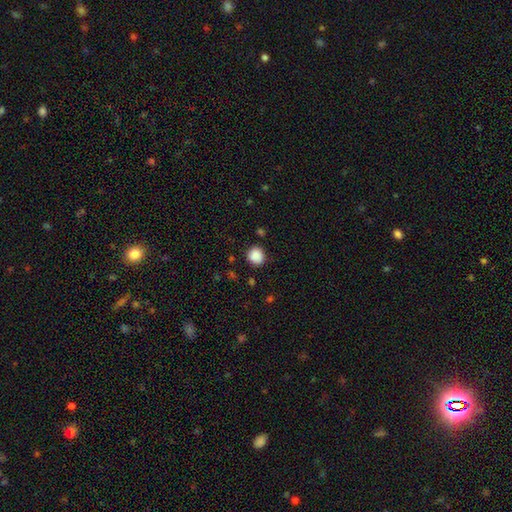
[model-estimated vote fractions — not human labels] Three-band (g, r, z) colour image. It shows a smooth galaxy with no disk features (88%) that is round (87%). Merging: none (85%).